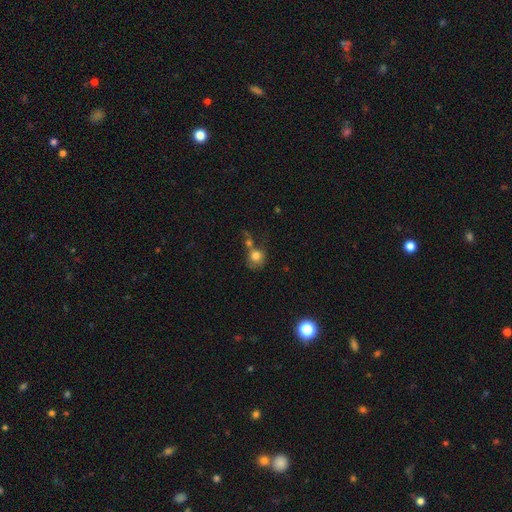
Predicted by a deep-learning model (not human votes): The model was most divided on "merging": merger: 43%, none: 33%, minor disturbance: 14%, major disturbance: 10%. More confident: smooth or featured — smooth (77%); how rounded — round (76%).